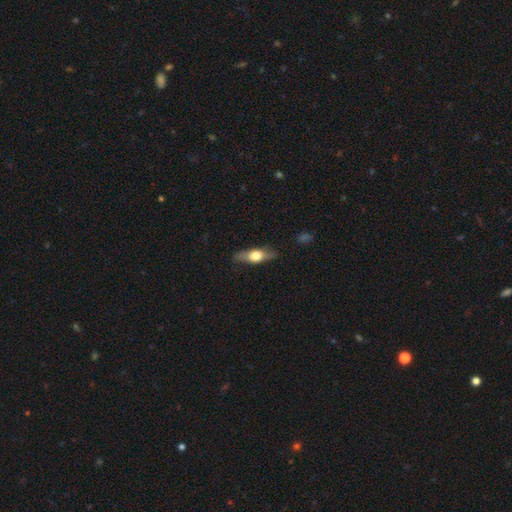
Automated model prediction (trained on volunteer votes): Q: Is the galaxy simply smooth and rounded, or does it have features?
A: smooth — 50%.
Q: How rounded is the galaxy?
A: in between — 52%.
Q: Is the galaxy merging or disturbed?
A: none — 81%.